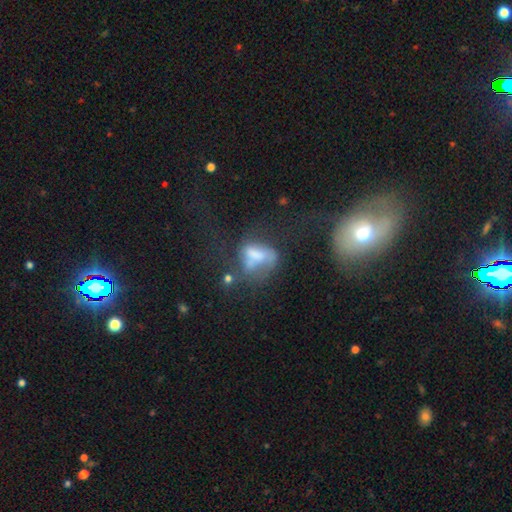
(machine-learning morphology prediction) Q: Smooth or featured?
A: smooth (44%); runner-up: featured or disk (40%)
Q: Merging?
A: major disturbance (45%); runner-up: none (21%)